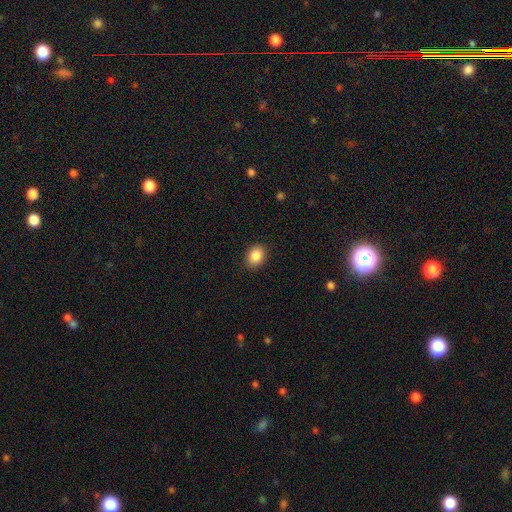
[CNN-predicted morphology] A smooth galaxy with no disk features (87%) that is in between round and cigar-shaped (65%). Merging: none (89%).